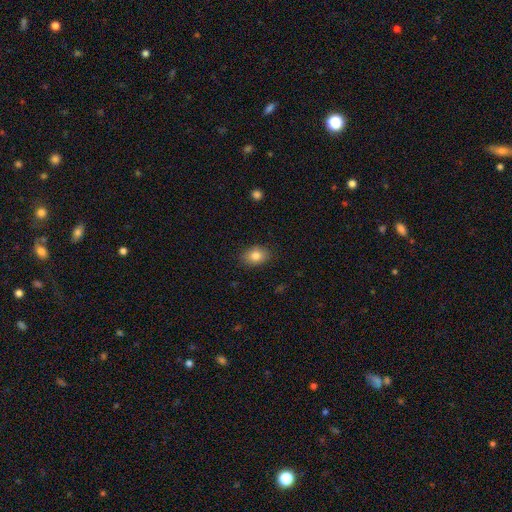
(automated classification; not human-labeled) This is clearly a smooth galaxy (83%). How rounded: likely in between (69%). Merging: clearly none (86%).